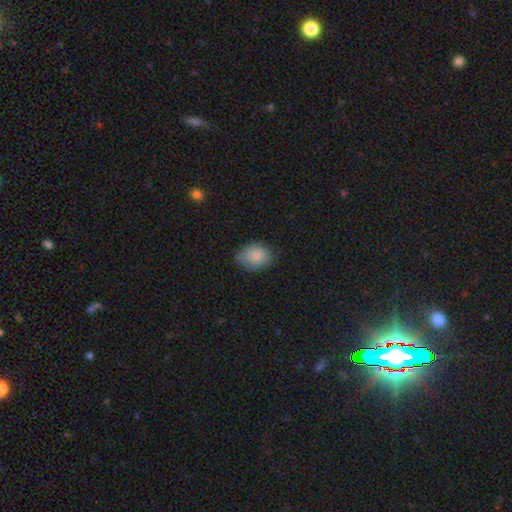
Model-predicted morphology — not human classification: Q: Smooth or featured?
A: smooth (86%); runner-up: featured or disk (7%)
Q: How rounded?
A: in between (62%); runner-up: round (37%)
Q: Merging?
A: none (73%); runner-up: minor disturbance (21%)